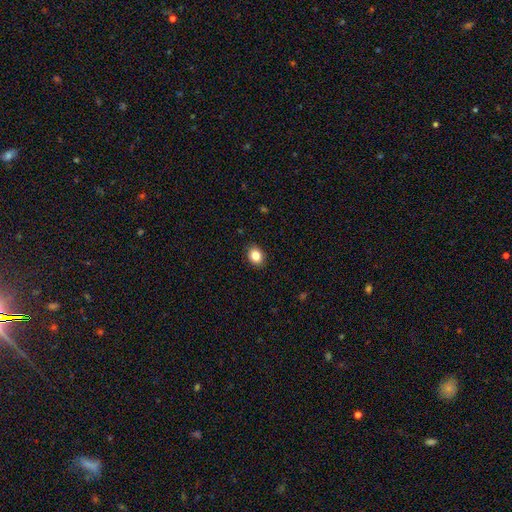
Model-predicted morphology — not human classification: Overall: smooth (84%). How rounded: in between (55%; round 44%). Merging: none (90%).